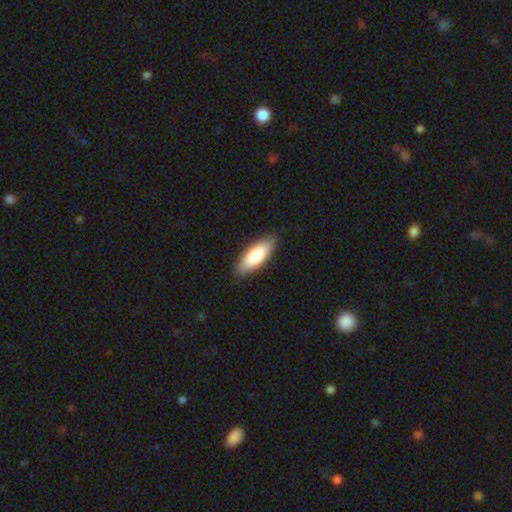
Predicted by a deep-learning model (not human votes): Smooth or featured?
  - smooth: 82% *
  - featured or disk: 13%
  - star or artifact: 5%
How rounded?
  - in between: 69% *
  - cigar-shaped: 30%
  - round: 2%
Merging?
  - none: 87% *
  - minor disturbance: 10%
  - major disturbance: 2%
  - merger: 1%